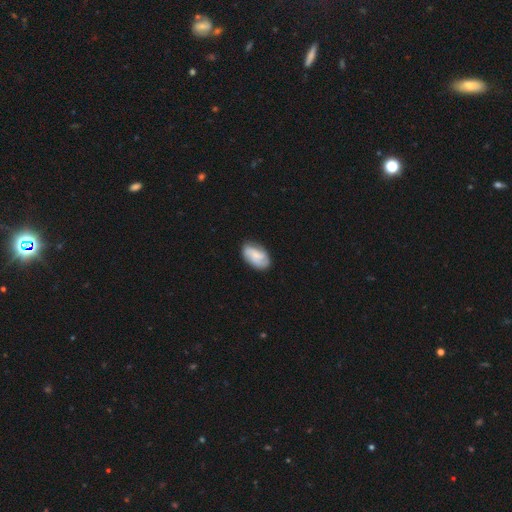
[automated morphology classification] Smooth or featured? smooth (53%)
How rounded? in between (91%)
Merging? none (75%)